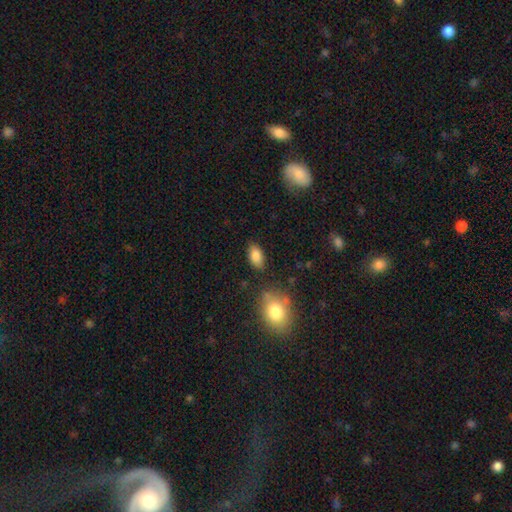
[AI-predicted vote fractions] Overall: smooth (84%). How rounded: in between (91%). Merging: none (81%).